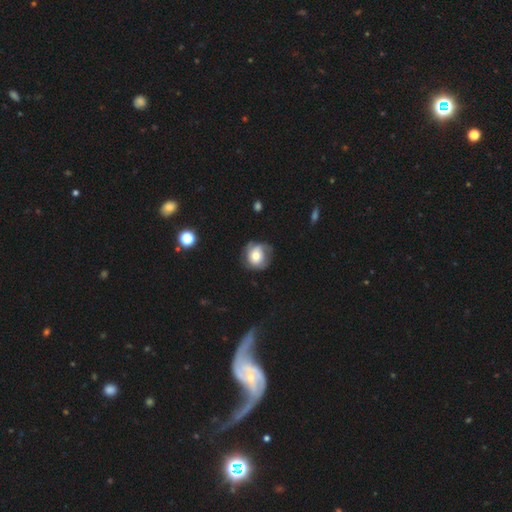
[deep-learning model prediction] smooth-or-featured: smooth: 48% | featured or disk: 44% | star or artifact: 8%
  merging: none: 56% | minor disturbance: 27% | major disturbance: 15% | merger: 2%